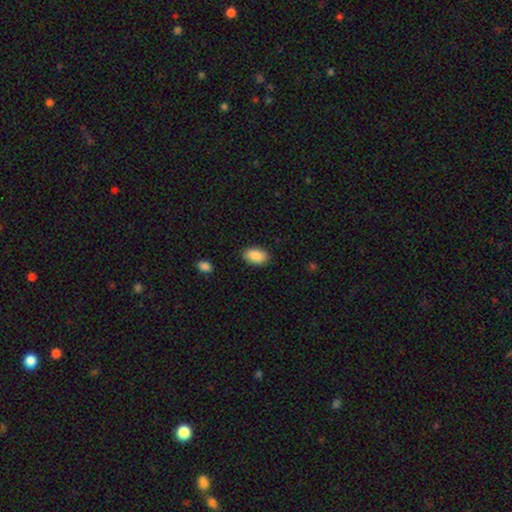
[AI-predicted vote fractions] A smooth galaxy with no disk features (90%) that is in between round and cigar-shaped (91%).

Vote fractions:
- Smooth or featured? smooth: 90% / star or artifact: 7% / featured or disk: 4%
- How rounded? in between: 91% / round: 7% / cigar-shaped: 1%
- Merging? none: 88% / minor disturbance: 9% / major disturbance: 2% / merger: 1%